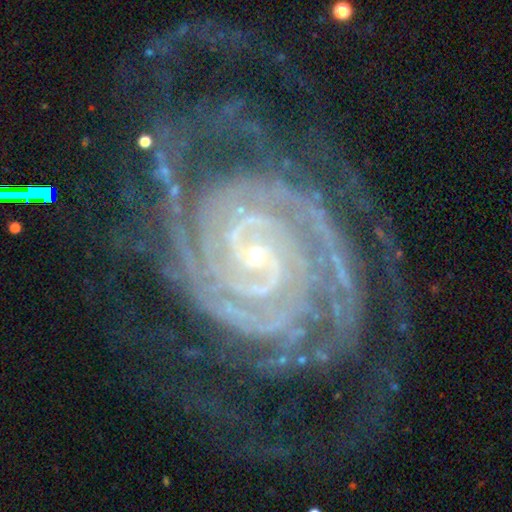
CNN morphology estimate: Smooth or featured?
  - featured or disk: 93% *
  - star or artifact: 5%
  - smooth: 2%
Edge-on disk?
  - no: 98% *
  - yes: 2%
Bar?
  - no: 50% *
  - weak: 28%
  - strong: 21%
Spiral arms?
  - yes: 99% *
  - no: 1%
Spiral winding?
  - tight: 83% *
  - medium: 14%
  - loose: 3%
Spiral arm count?
  - 2: 38% *
  - 3: 15%
  - 4: 13%
  - more than 4: 13%
  - can't tell: 13%
  - 1: 8%
Bulge size?
  - small: 84% *
  - moderate: 12%
  - none: 2%
  - large: 1%
  - dominant: 1%
Merging?
  - none: 67% *
  - minor disturbance: 16%
  - major disturbance: 14%
  - merger: 2%